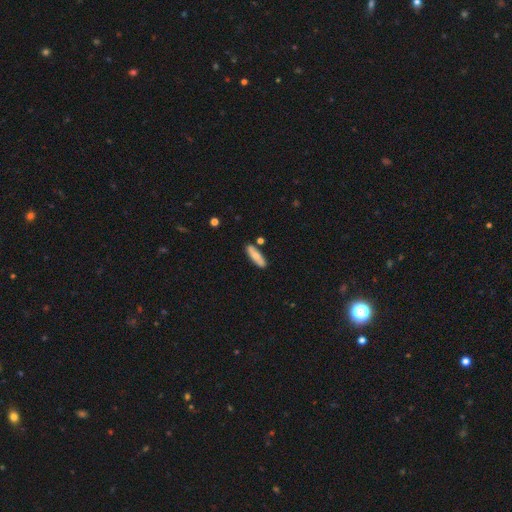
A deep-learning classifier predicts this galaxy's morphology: Smooth or featured? smooth (69%)
How rounded? cigar-shaped (60%)
Merging? none (80%)